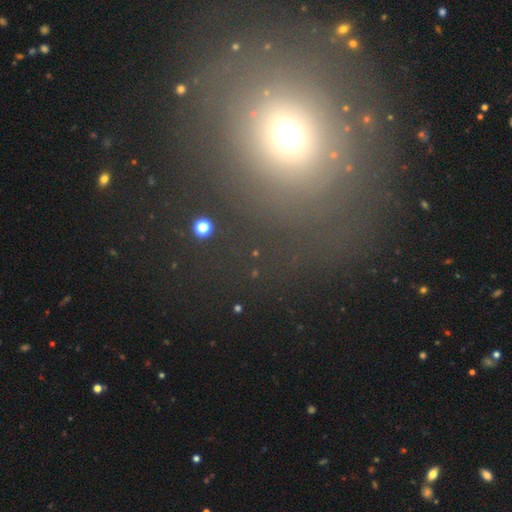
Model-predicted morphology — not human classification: A smooth galaxy with no disk features (50%) that is round (78%). Merging: none (76%).